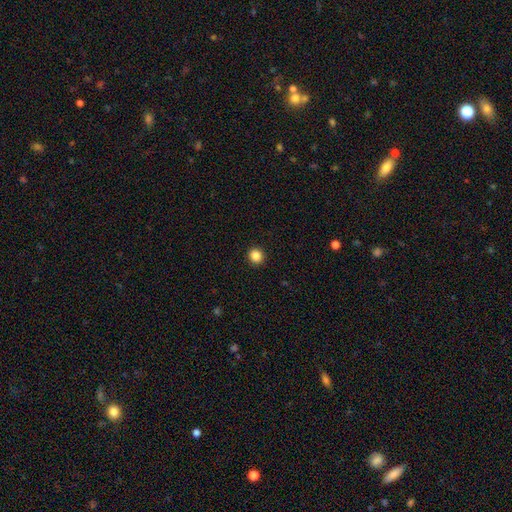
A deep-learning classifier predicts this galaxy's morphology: smooth 86%, star or artifact 11%, featured or disk 3%. Down the decision tree: how rounded — round (91%); merging — none (93%).